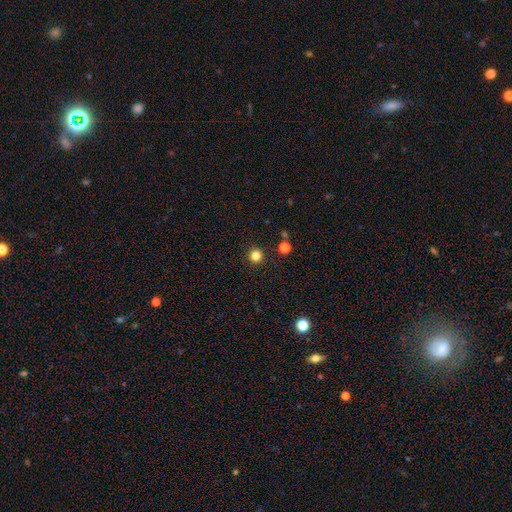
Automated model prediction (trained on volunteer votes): A smooth galaxy with no disk features (82%) that is round (95%).

Vote fractions:
- Smooth or featured? smooth: 82% / star or artifact: 14% / featured or disk: 4%
- How rounded? round: 95% / in between: 4% / cigar-shaped: 1%
- Merging? none: 92% / minor disturbance: 5% / merger: 2% / major disturbance: 2%